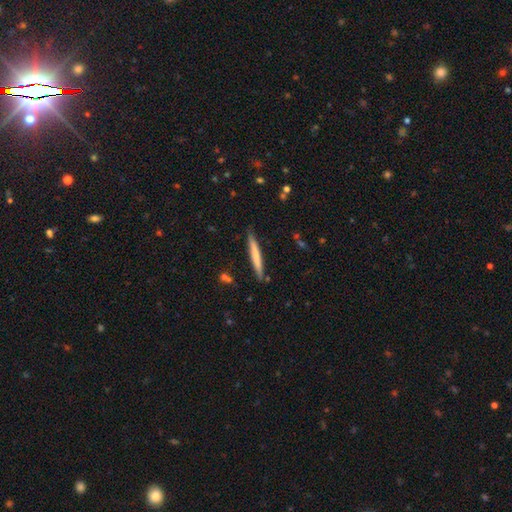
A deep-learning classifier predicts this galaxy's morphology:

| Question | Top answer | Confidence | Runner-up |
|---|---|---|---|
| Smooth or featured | smooth | 65% | featured or disk (29%) |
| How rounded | cigar-shaped | 96% | in between (3%) |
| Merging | none | 86% | minor disturbance (10%) |